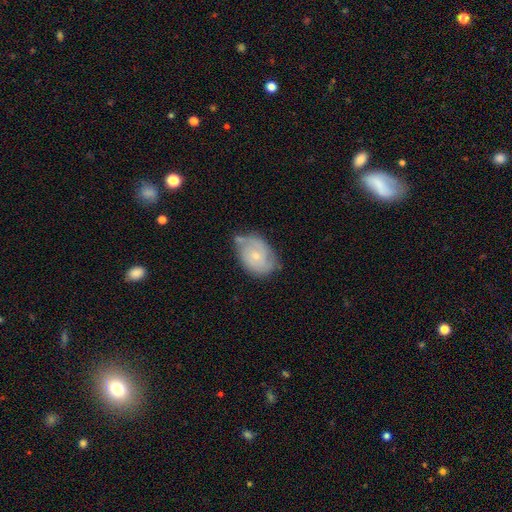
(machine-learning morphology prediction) smooth_or_featured: featured or disk (p=0.56) [alt: smooth p=0.37]
disk_edge_on: no (p=0.96) [alt: yes p=0.04]
bar: no (p=0.74) [alt: weak p=0.23]
has_spiral_arms: yes (p=0.76) [alt: no p=0.24]
bulge_size: small (p=0.65) [alt: moderate p=0.31]
merging: none (p=0.53) [alt: minor disturbance p=0.31]